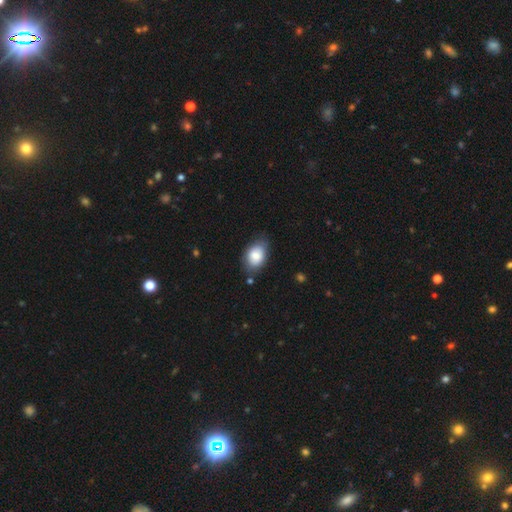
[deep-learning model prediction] smooth-or-featured: smooth: 80% | featured or disk: 13% | star or artifact: 7%
  how-rounded: in between: 86% | round: 13% | cigar-shaped: 1%
  merging: none: 70% | minor disturbance: 22% | major disturbance: 5% | merger: 3%